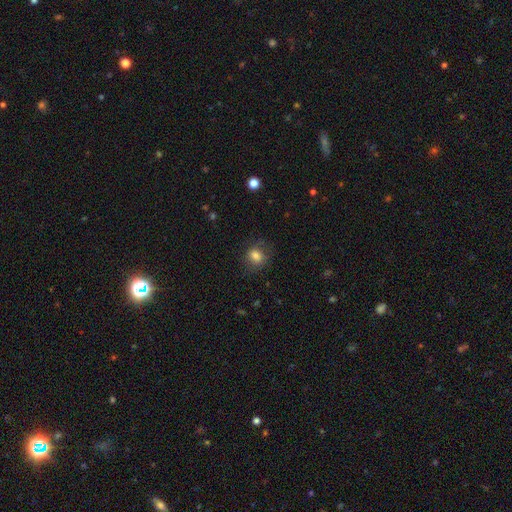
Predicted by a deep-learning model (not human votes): Morphology: type=smooth (80%); roundness=round (58%); merging=none (74%).